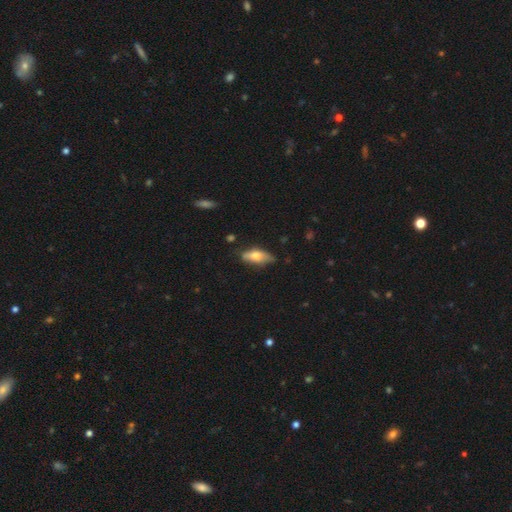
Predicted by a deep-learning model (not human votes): Q: Smooth or featured?
A: smooth (64%); runner-up: featured or disk (30%)
Q: How rounded?
A: in between (77%); runner-up: cigar-shaped (20%)
Q: Merging?
A: none (62%); runner-up: minor disturbance (29%)